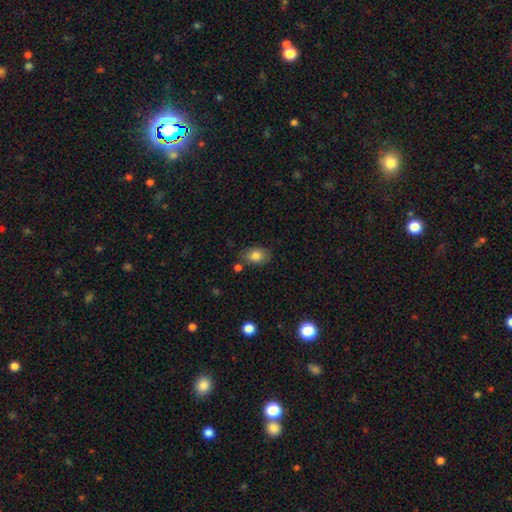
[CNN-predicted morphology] Smooth or featured: smooth — 81% (featured or disk — 10%)
How rounded: in between — 80% (round — 19%)
Merging: none — 73% (minor disturbance — 17%)